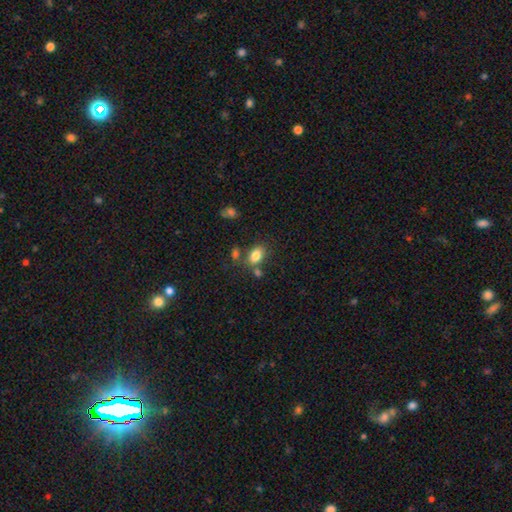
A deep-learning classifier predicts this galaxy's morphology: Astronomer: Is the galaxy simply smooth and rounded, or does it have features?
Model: smooth — 82%.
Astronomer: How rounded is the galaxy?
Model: in between — 83%.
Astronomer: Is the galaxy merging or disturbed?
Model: none — 64%.